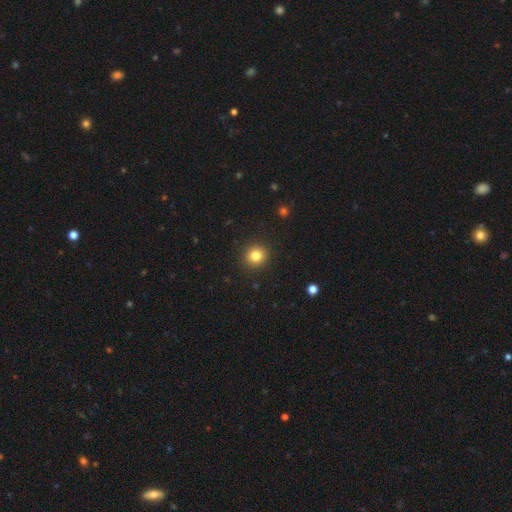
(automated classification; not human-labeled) Q: Smooth or featured?
A: smooth (81%); runner-up: star or artifact (12%)
Q: How rounded?
A: round (89%); runner-up: in between (10%)
Q: Merging?
A: none (91%); runner-up: minor disturbance (6%)